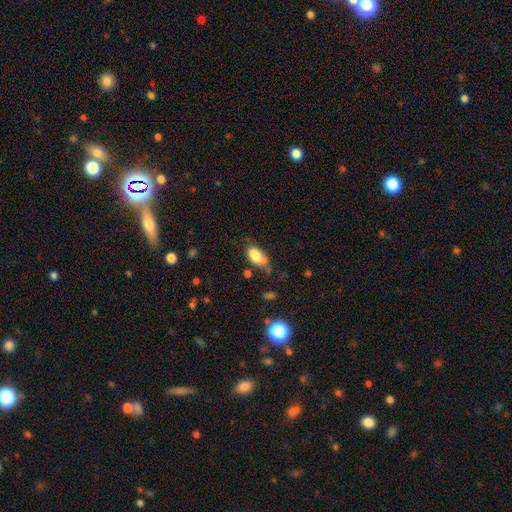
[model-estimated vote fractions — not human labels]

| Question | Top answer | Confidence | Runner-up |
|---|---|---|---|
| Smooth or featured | smooth | 81% | featured or disk (10%) |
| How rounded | in between | 91% | round (6%) |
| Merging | none | 45% | minor disturbance (33%) |